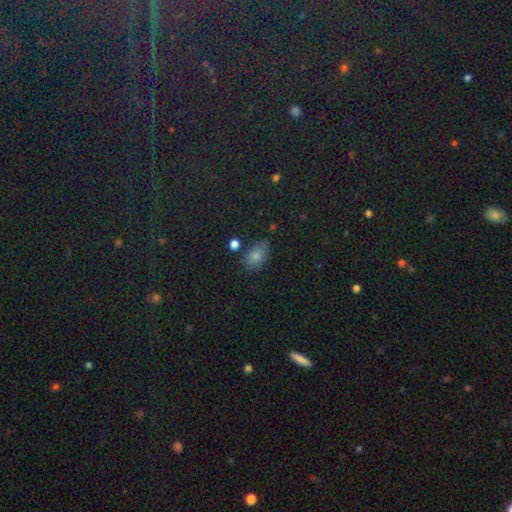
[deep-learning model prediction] Morphology: type=smooth (80%); roundness=in between (88%); merging=none (73%).